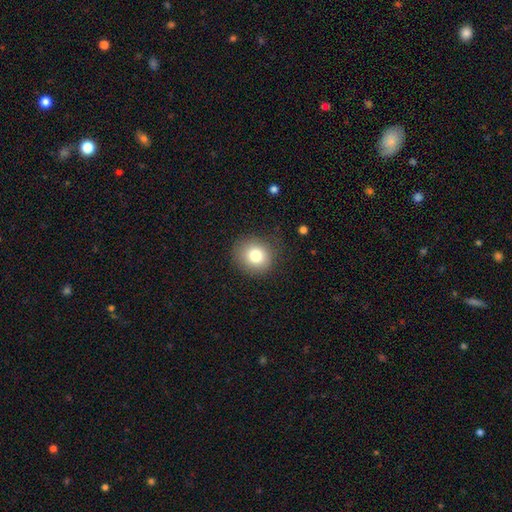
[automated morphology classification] A smooth galaxy with no disk features (80%) that is round (82%). Merging: none (83%).